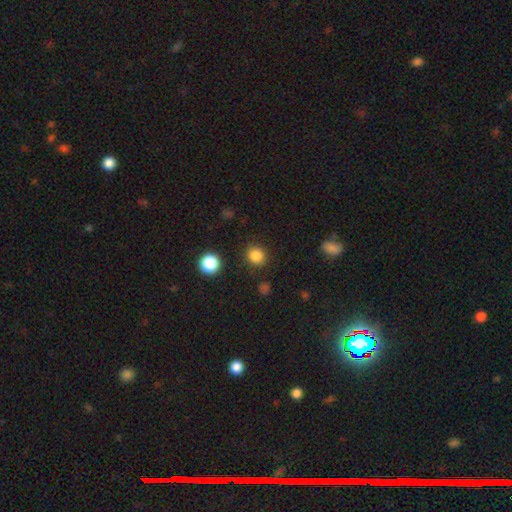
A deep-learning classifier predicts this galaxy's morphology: The model was most divided on "smooth or featured": smooth: 84%, star or artifact: 12%, featured or disk: 4%. More confident: how rounded — round (90%); merging — none (89%).